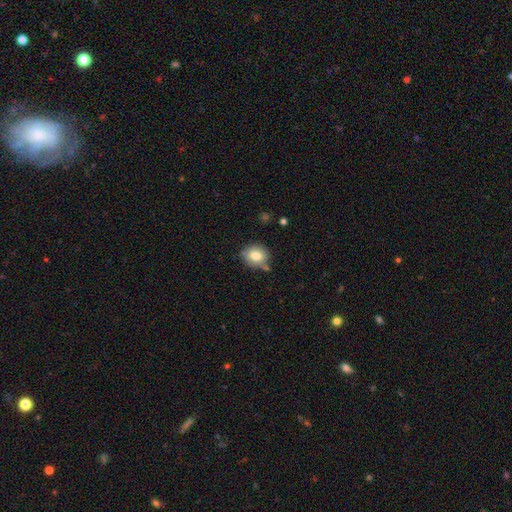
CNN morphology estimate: This is likely a smooth galaxy (78%). How rounded: likely round (77%). Merging: likely none (74%).